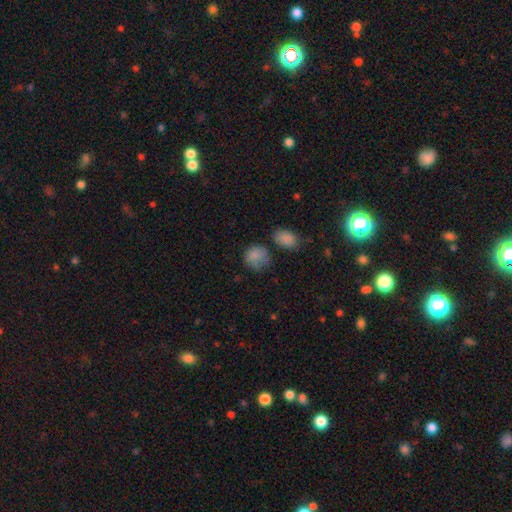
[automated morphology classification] A smooth galaxy with no disk features (82%) that is round (69%). Merging: none (52%).